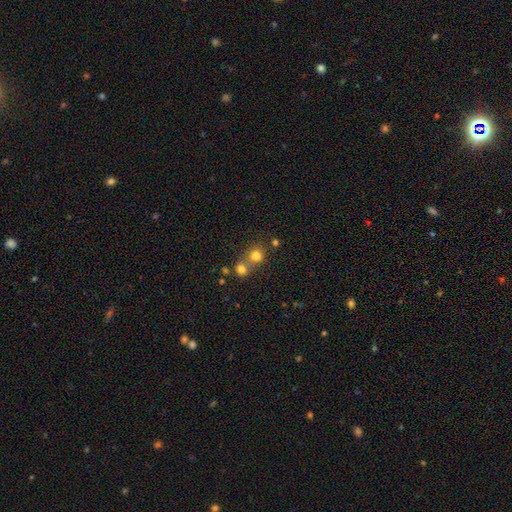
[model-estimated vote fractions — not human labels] smooth_or_featured: smooth (p=0.76) [alt: star or artifact p=0.15]
how_rounded: round (p=0.78) [alt: in between p=0.21]
merging: merger (p=0.48) [alt: none p=0.43]